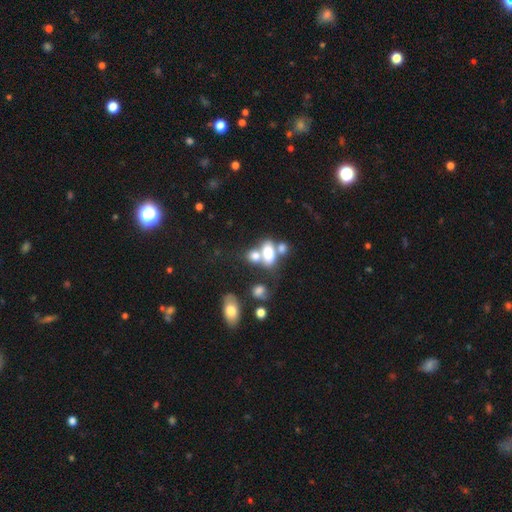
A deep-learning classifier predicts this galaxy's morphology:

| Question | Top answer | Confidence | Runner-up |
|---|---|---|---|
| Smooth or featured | smooth | 71% | featured or disk (18%) |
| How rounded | in between | 81% | round (16%) |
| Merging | merger | 55% | none (27%) |